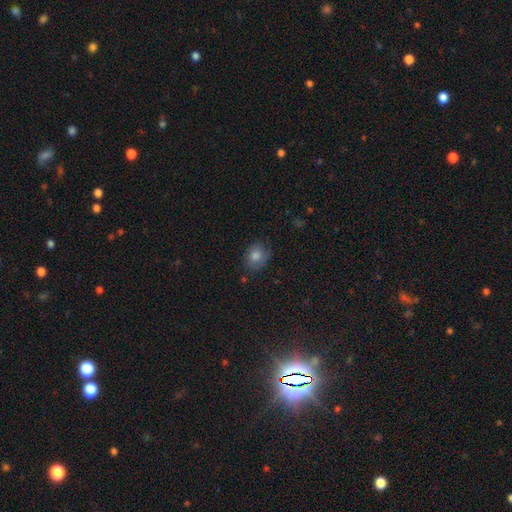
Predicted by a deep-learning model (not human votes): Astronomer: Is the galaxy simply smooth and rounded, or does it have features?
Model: smooth — 74%.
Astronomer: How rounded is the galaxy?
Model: in between — 55% (runner-up: round, 44%).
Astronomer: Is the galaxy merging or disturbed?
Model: none — 67%.